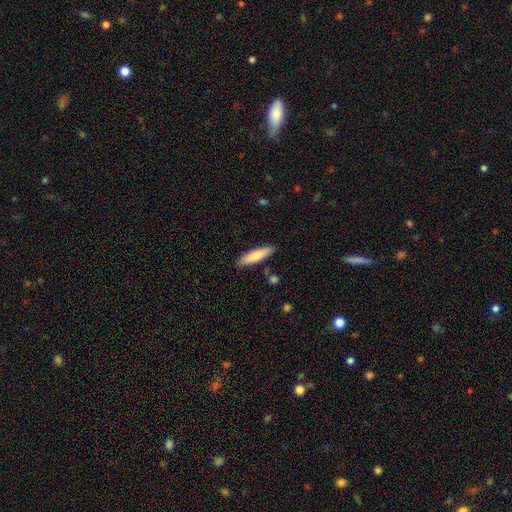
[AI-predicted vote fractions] Smooth or featured? smooth (80%)
How rounded? cigar-shaped (72%)
Merging? none (87%)